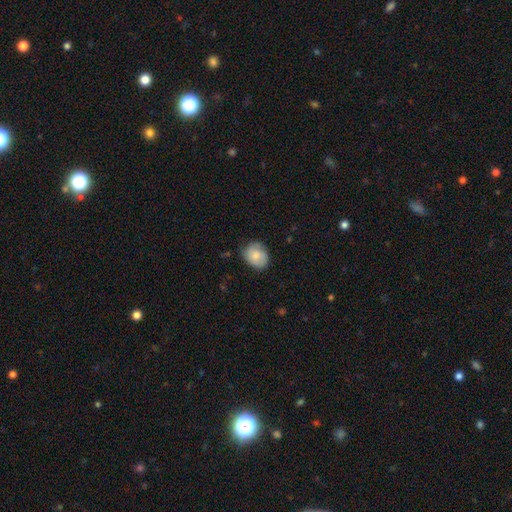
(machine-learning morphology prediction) The model was most divided on "how rounded": round: 56%, in between: 44%, cigar-shaped: 1%. More confident: smooth or featured — smooth (77%); merging — none (70%).